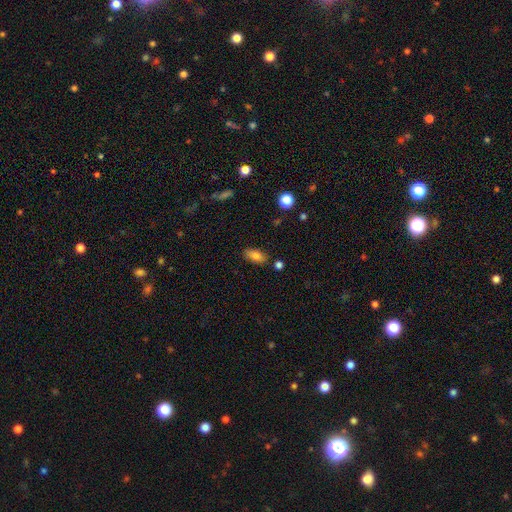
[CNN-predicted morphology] This appears to be a smooth galaxy with no disk features (81%) that is in between round and cigar-shaped (87%). Merging: none (81%).